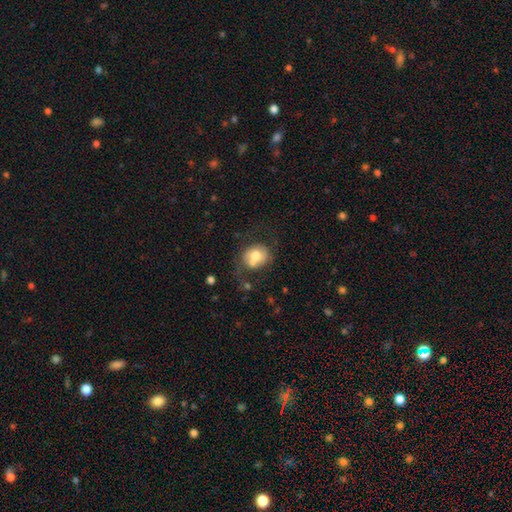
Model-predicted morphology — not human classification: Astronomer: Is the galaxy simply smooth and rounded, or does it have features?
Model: smooth — 57% (runner-up: featured or disk, 34%).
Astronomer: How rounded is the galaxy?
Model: round — 61% (runner-up: in between, 38%).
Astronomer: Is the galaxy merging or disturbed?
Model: none — 45% (runner-up: minor disturbance, 21%).